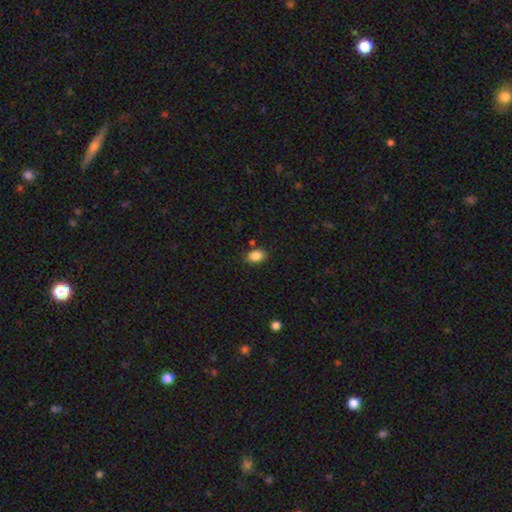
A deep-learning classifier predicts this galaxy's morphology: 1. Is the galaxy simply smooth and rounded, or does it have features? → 87% smooth, 9% star or artifact, 4% featured or disk.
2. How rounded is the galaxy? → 78% in between, 21% round, 1% cigar-shaped.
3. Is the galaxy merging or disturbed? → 82% none, 11% minor disturbance, 4% merger, 3% major disturbance.